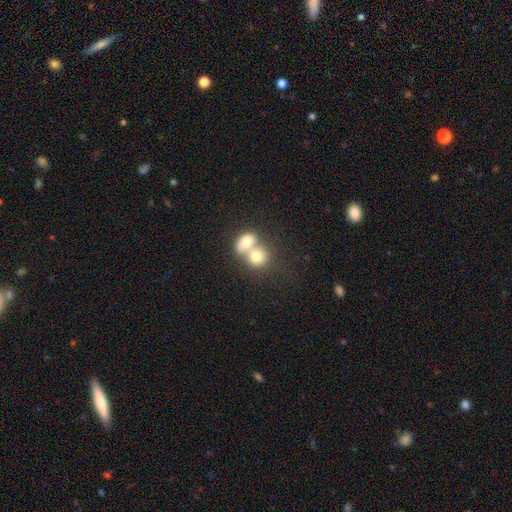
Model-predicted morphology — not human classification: Smooth or featured? smooth (66%)
How rounded? round (63%)
Merging? merger (72%)